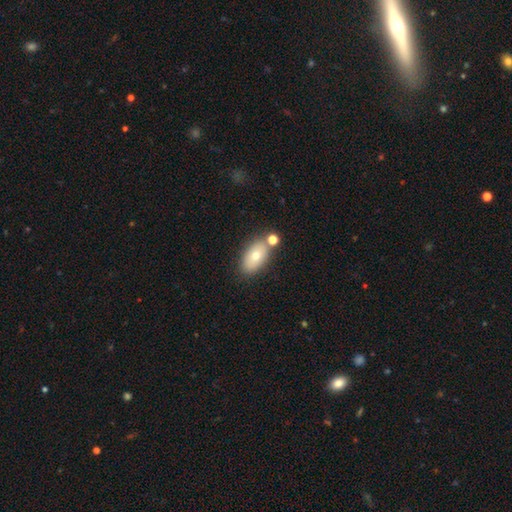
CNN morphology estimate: Q: Smooth or featured?
A: smooth (71%); runner-up: featured or disk (20%)
Q: How rounded?
A: in between (89%); runner-up: round (8%)
Q: Merging?
A: none (66%); runner-up: merger (17%)